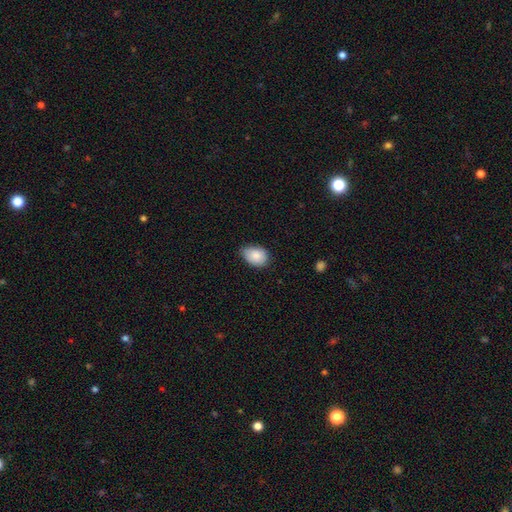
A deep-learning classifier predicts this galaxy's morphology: This is clearly a smooth galaxy (87%). How rounded: likely in between (79%). Merging: likely none (66%).